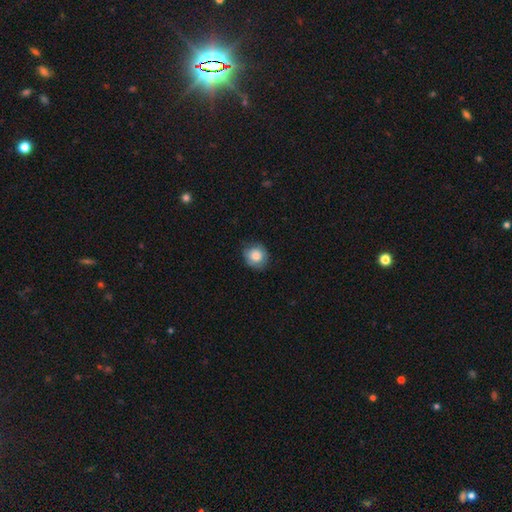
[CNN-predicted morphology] Q: Smooth or featured?
A: smooth (81%); runner-up: featured or disk (11%)
Q: How rounded?
A: round (82%); runner-up: in between (17%)
Q: Merging?
A: none (76%); runner-up: minor disturbance (19%)